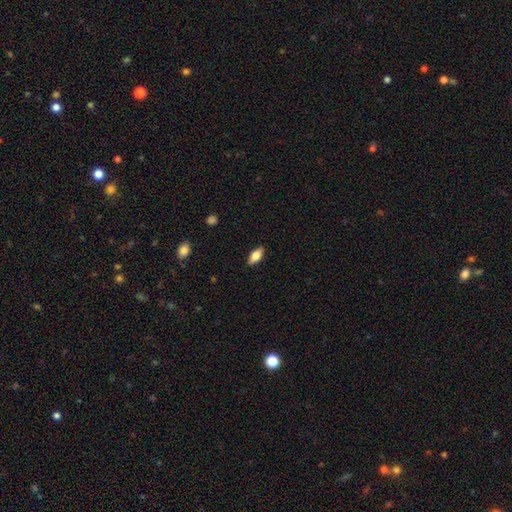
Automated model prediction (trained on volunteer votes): smooth 68%, featured or disk 25%, star or artifact 7%. Down the decision tree: how rounded — in between (82%); merging — none (88%).